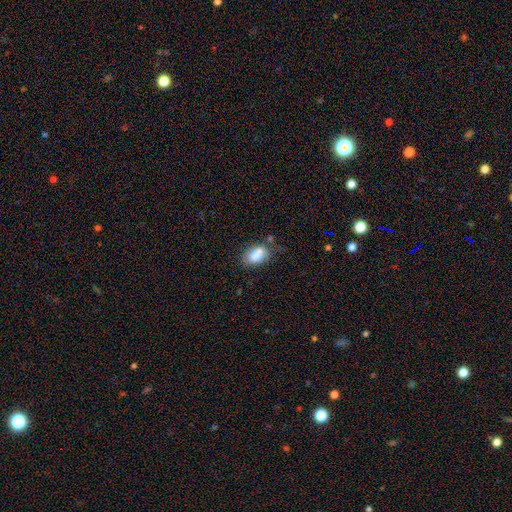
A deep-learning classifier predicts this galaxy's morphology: A smooth galaxy with no disk features (82%) that is in between round and cigar-shaped (88%).

Vote fractions:
- Smooth or featured? smooth: 82% / featured or disk: 10% / star or artifact: 9%
- How rounded? in between: 88% / round: 9% / cigar-shaped: 3%
- Merging? none: 57% / minor disturbance: 25% / merger: 11% / major disturbance: 7%